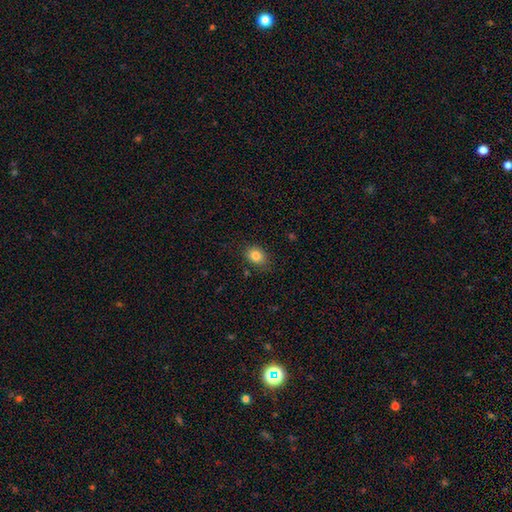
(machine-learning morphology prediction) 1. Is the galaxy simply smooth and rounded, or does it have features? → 83% smooth, 10% star or artifact, 7% featured or disk.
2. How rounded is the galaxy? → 59% in between, 40% round, 1% cigar-shaped.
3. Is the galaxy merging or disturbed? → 80% none, 15% minor disturbance, 3% major disturbance, 1% merger.